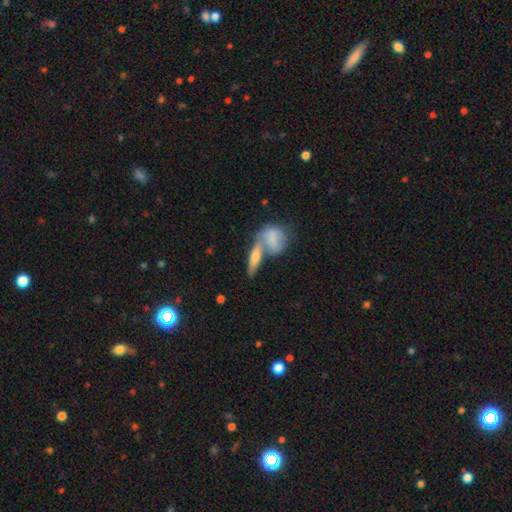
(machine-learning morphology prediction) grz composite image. It shows a smooth galaxy with no disk features (50%) that is cigar-shaped (45%, tied with in between). Merging: merger (44%).